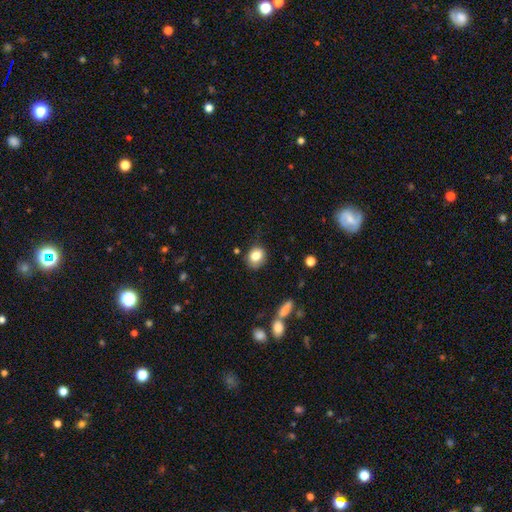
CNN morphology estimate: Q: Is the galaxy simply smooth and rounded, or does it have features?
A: smooth — 82%.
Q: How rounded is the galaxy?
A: round — 58%.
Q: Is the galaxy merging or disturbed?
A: none — 71%.